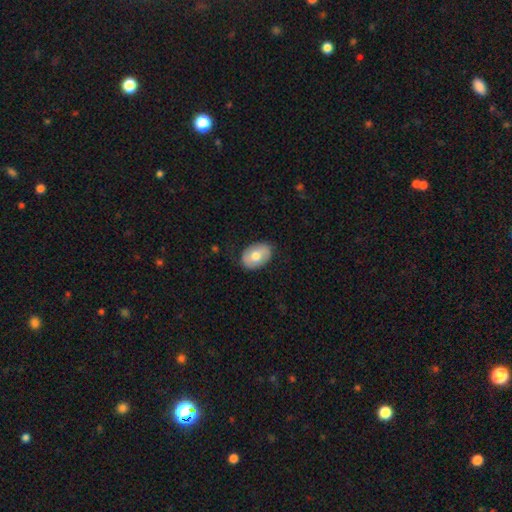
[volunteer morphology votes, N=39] Q: Smooth or featured?
A: smooth (62%); runner-up: featured or disk (36%)
Q: How rounded?
A: in between (75%); runner-up: round (25%)
Q: Merging?
A: none (79%); runner-up: minor disturbance (21%)